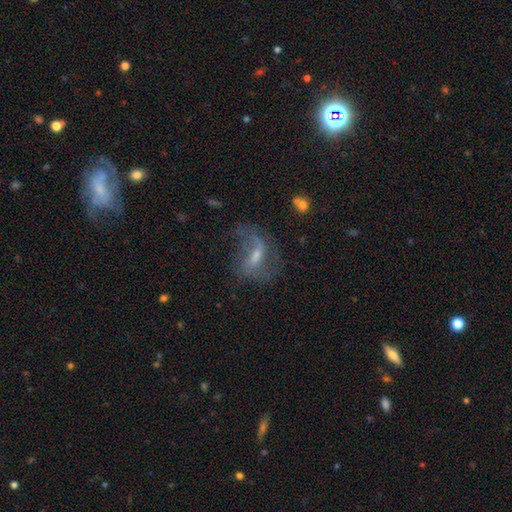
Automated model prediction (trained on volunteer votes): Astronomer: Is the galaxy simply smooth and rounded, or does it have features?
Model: featured or disk — 65%.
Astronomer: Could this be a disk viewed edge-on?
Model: no — 94%.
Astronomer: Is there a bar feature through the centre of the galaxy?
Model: weak — 50% (runner-up: strong, 27%).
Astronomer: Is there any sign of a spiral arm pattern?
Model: yes — 76%.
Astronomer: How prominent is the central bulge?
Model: moderate — 43% (runner-up: small, 38%).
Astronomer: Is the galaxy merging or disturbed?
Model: none — 44% (runner-up: major disturbance, 32%).